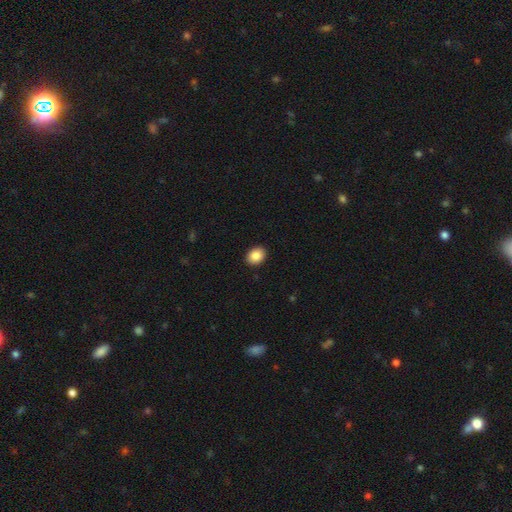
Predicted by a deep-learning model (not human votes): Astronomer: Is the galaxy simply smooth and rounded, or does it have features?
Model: smooth — 88%.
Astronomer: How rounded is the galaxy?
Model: in between — 57% (runner-up: round, 42%).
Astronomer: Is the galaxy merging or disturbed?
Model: none — 92%.